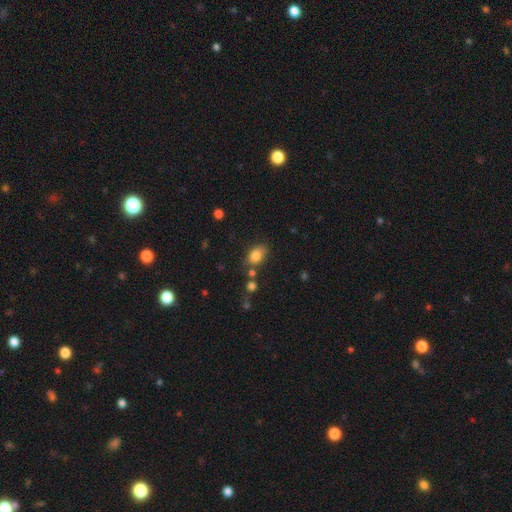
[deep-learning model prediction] smooth 83%, star or artifact 10%, featured or disk 8%. Down the decision tree: how rounded — in between (81%); merging — none (65%).